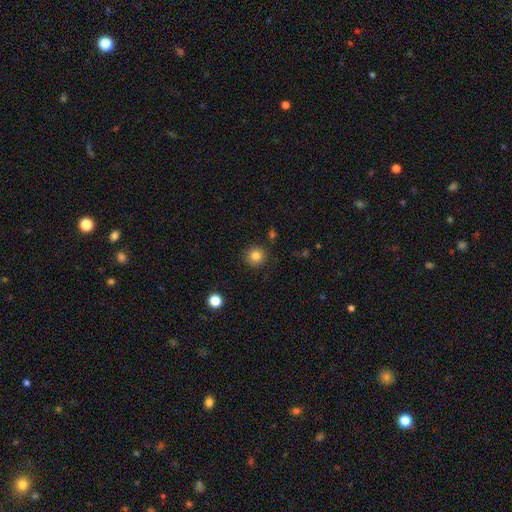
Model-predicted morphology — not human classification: A smooth galaxy with no disk features (83%) that is round (93%).

Vote fractions:
- Smooth or featured? smooth: 83% / star or artifact: 11% / featured or disk: 6%
- How rounded? round: 93% / in between: 6% / cigar-shaped: 1%
- Merging? none: 89% / minor disturbance: 7% / major disturbance: 2% / merger: 2%